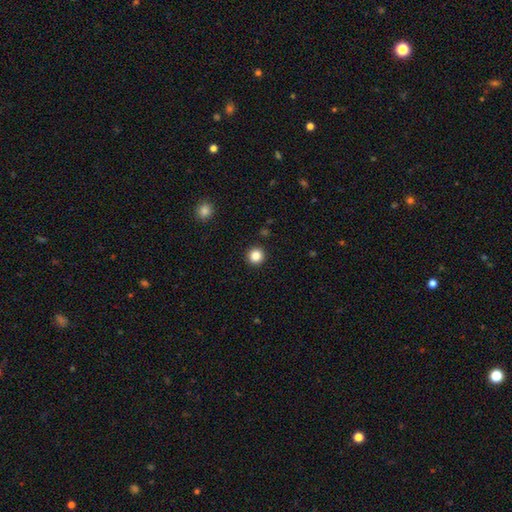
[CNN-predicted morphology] A smooth galaxy with no disk features (85%) that is round (95%).

Vote fractions:
- Smooth or featured? smooth: 85% / star or artifact: 11% / featured or disk: 4%
- How rounded? round: 95% / in between: 4% / cigar-shaped: 1%
- Merging? none: 93% / minor disturbance: 4% / major disturbance: 2% / merger: 1%